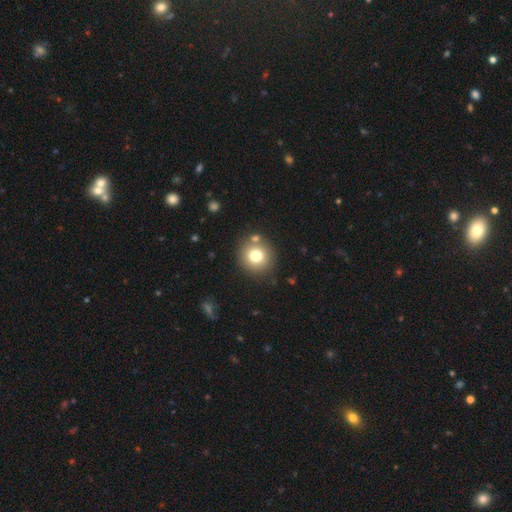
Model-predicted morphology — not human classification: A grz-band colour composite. It shows a smooth galaxy with no disk features (75%) that is round (91%). Merging: none (81%).